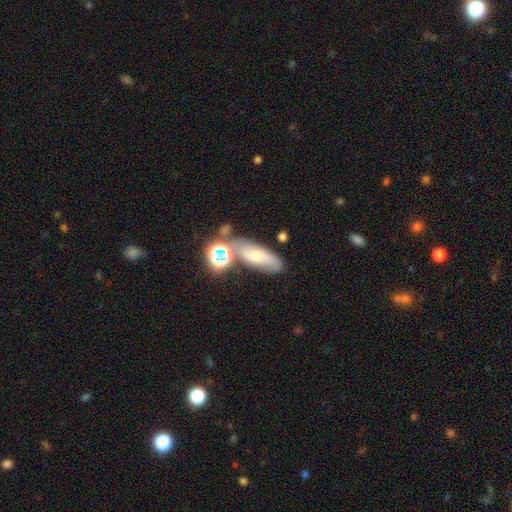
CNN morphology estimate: Smooth or featured? smooth (43%)
Merging? none (60%)